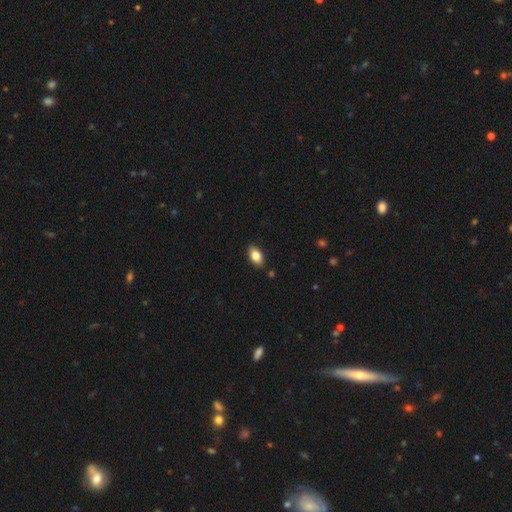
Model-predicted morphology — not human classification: A smooth galaxy with no disk features (83%) that is in between round and cigar-shaped (91%). Merging: none (86%).